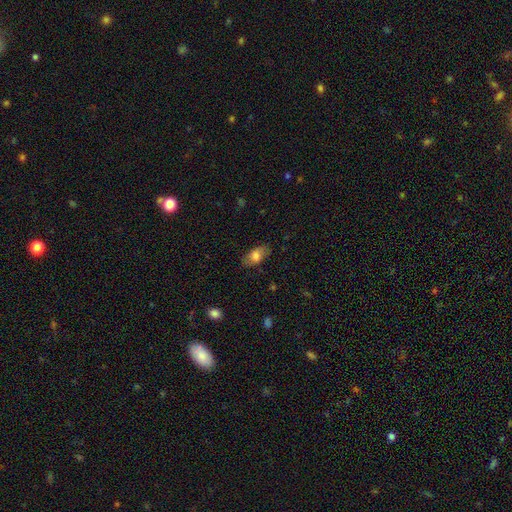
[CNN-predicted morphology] A smooth galaxy with no disk features (71%) that is in between round and cigar-shaped (88%).

Vote fractions:
- Smooth or featured? smooth: 71% / featured or disk: 21% / star or artifact: 8%
- How rounded? in between: 88% / cigar-shaped: 6% / round: 5%
- Merging? none: 79% / minor disturbance: 15% / major disturbance: 5% / merger: 1%